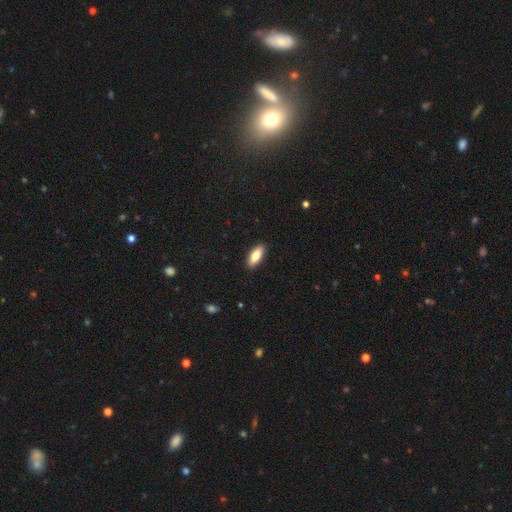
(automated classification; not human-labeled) Q: Smooth or featured?
A: smooth (80%); runner-up: featured or disk (14%)
Q: How rounded?
A: in between (75%); runner-up: cigar-shaped (23%)
Q: Merging?
A: none (90%); runner-up: minor disturbance (8%)